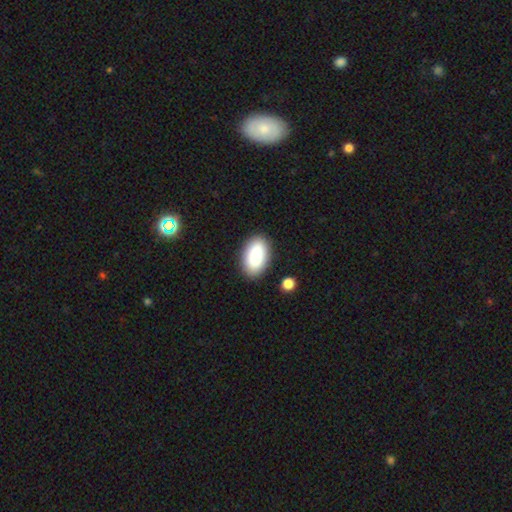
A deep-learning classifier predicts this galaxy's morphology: type=smooth (89%); roundness=in between (94%); merging=none (87%).